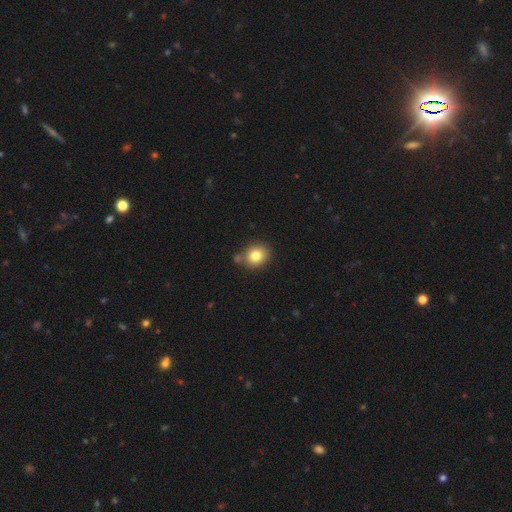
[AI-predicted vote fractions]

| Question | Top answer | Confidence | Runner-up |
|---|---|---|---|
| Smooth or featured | smooth | 80% | star or artifact (11%) |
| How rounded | round | 70% | in between (29%) |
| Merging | none | 71% | minor disturbance (13%) |